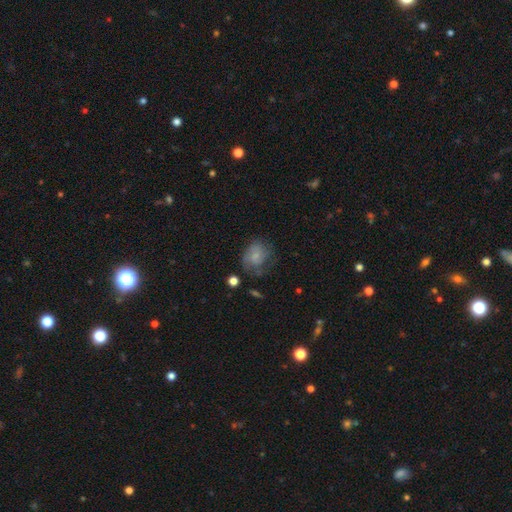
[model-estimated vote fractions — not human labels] Smooth or featured?
  - smooth: 54% *
  - featured or disk: 36%
  - star or artifact: 9%
How rounded?
  - round: 59% *
  - in between: 40%
  - cigar-shaped: 1%
Merging?
  - none: 47% *
  - minor disturbance: 28%
  - major disturbance: 22%
  - merger: 3%